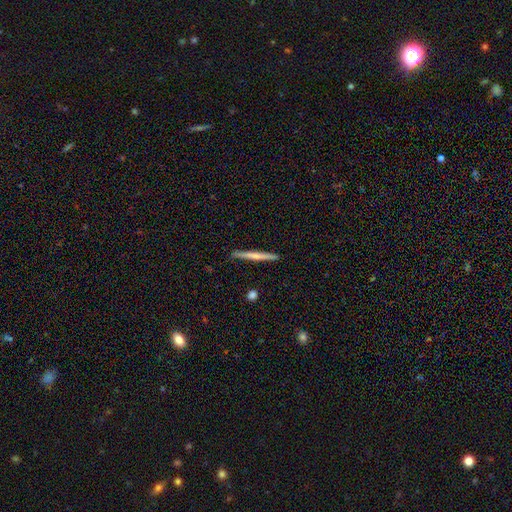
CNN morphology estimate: Q: Smooth or featured?
A: smooth (51%); runner-up: featured or disk (43%)
Q: How rounded?
A: cigar-shaped (96%); runner-up: in between (2%)
Q: Merging?
A: none (91%); runner-up: minor disturbance (7%)